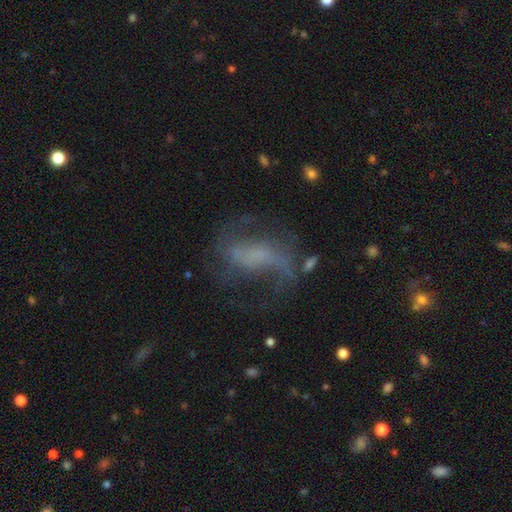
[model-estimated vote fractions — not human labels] Smooth or featured?
  - featured or disk: 70% *
  - smooth: 17%
  - star or artifact: 13%
Edge-on disk?
  - no: 94% *
  - yes: 6%
Bar?
  - weak: 35% *
  - no: 33%
  - strong: 32%
Spiral arms?
  - yes: 85% *
  - no: 15%
Spiral winding?
  - loose: 56% *
  - medium: 34%
  - tight: 10%
Spiral arm count?
  - 2: 81% *
  - can't tell: 8%
  - 1: 6%
  - 3: 2%
  - 4: 1%
  - more than 4: 1%
Bulge size?
  - none: 55% *
  - small: 23%
  - moderate: 13%
  - large: 7%
  - dominant: 2%
Merging?
  - none: 55% *
  - major disturbance: 23%
  - minor disturbance: 18%
  - merger: 3%